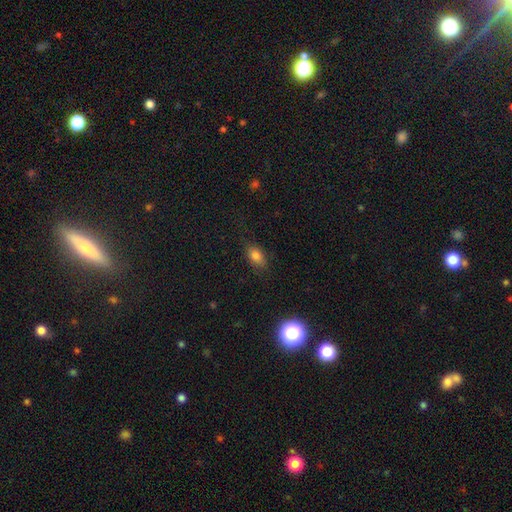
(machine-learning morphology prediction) Smooth or featured?
  - smooth: 81% *
  - star or artifact: 12%
  - featured or disk: 7%
How rounded?
  - in between: 84% *
  - round: 12%
  - cigar-shaped: 4%
Merging?
  - none: 79% *
  - minor disturbance: 15%
  - major disturbance: 5%
  - merger: 1%